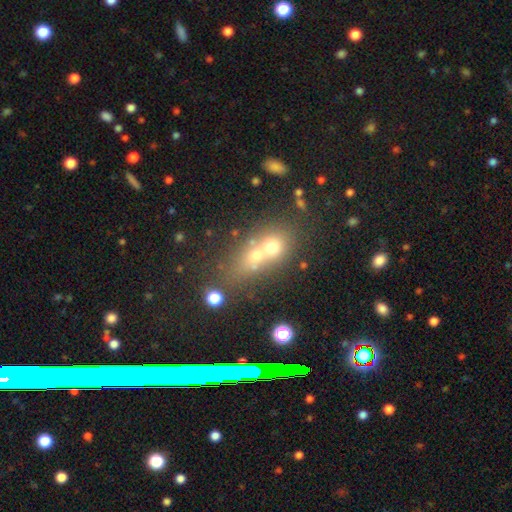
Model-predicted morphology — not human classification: This appears to be a smooth galaxy with no disk features (57%) that is round (50%). Merging: merger (61%).